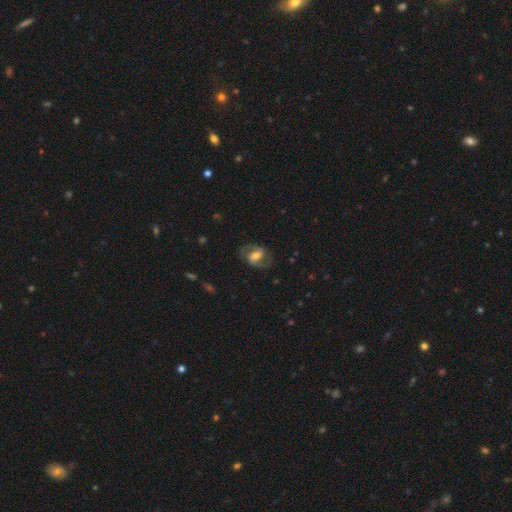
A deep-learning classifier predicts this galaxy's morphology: A featured or disk galaxy (78%) with a weak bar (47%), 2 (91%) medium (56%) spiral arms (93%) and a moderate central bulge (58%).

Vote fractions:
- Smooth or featured? featured or disk: 78% / smooth: 15% / star or artifact: 7%
- Edge-on disk? no: 97% / yes: 3%
- Bar? weak: 47% / strong: 28% / no: 25%
- Spiral arms? yes: 93% / no: 7%
- Spiral winding? medium: 56% / loose: 26% / tight: 18%
- Spiral arm count? 2: 91% / can't tell: 4% / 1: 2% / 3: 1% / 4: 1% / more than 4: 1%
- Bulge size? moderate: 58% / small: 23% / large: 14% / none: 3% / dominant: 2%
- Merging? none: 78% / minor disturbance: 13% / major disturbance: 7% / merger: 1%